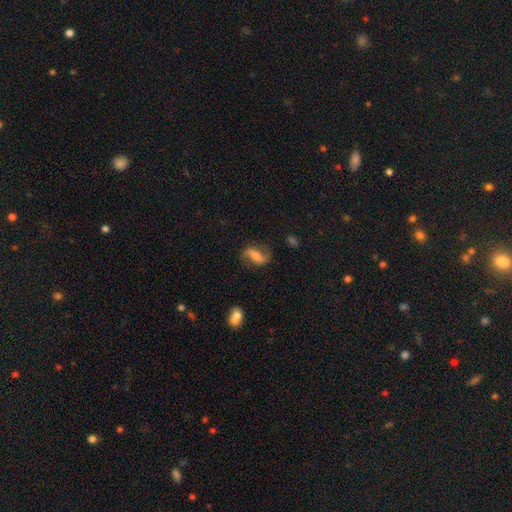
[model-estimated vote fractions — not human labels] The model was most divided on "bulge size": moderate: 38%, small: 34%, none: 16%, large: 10%, dominant: 2%. Remaining: edge-on disk — no (93%); spiral arm count — 2 (90%); spiral arms — yes (90%); merging — none (73%); spiral winding — loose (70%); smooth or featured — featured or disk (67%); bar — strong (41%).